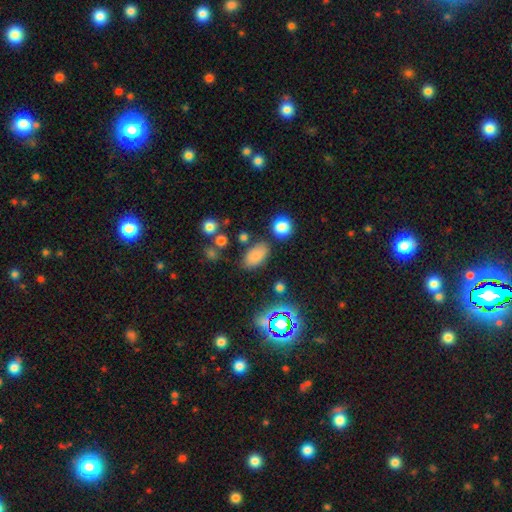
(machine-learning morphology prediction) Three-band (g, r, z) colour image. It shows a smooth galaxy with no disk features (79%) that is in between round and cigar-shaped (91%). Merging: none (75%).